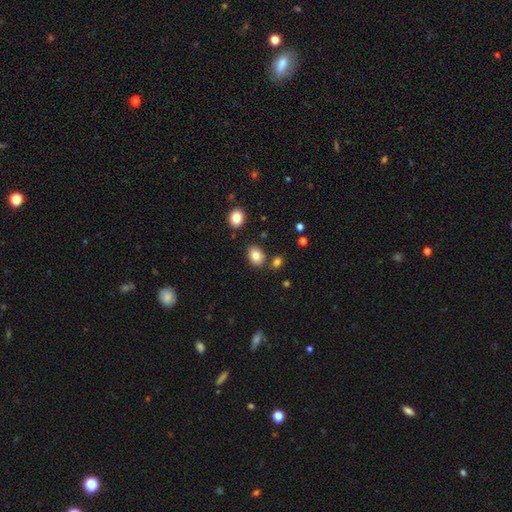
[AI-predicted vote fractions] smooth_or_featured: smooth (p=0.83) [alt: star or artifact p=0.09]
how_rounded: in between (p=0.70) [alt: round p=0.29]
merging: none (p=0.81) [alt: minor disturbance p=0.10]